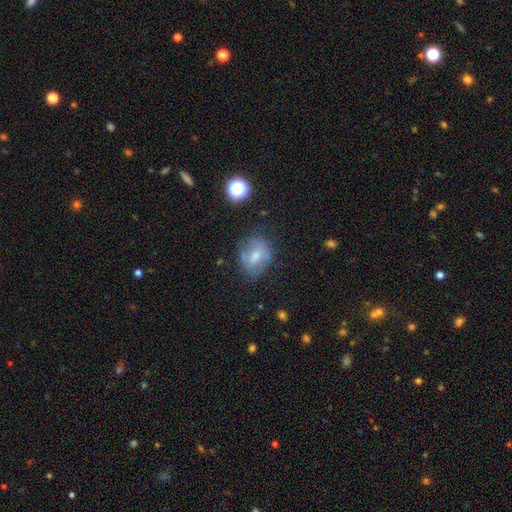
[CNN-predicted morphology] Smooth or featured? Predicted: smooth (p=0.57). How rounded? Predicted: in between (p=0.61). Merging? Predicted: none (p=0.56).